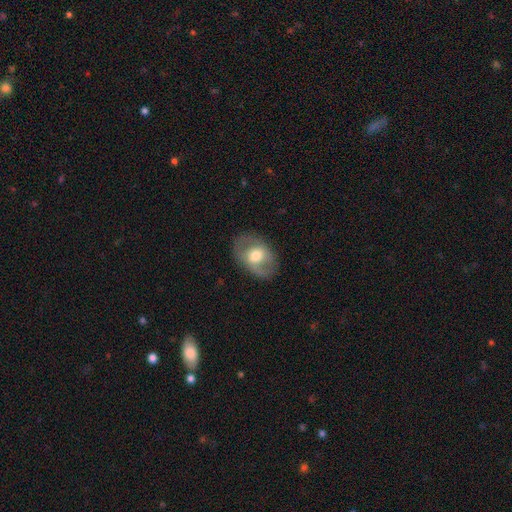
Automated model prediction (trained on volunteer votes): Overall: featured or disk (58%; smooth 35%). Edge-on disk: no (94%). Bar: no (47%; weak 38%). Spiral arms: yes (65%; no 35%). Bulge size: moderate (69%). Merging: none (79%).